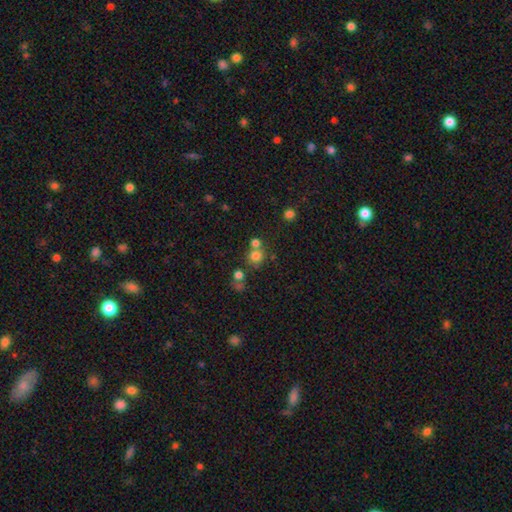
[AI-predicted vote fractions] A smooth galaxy with no disk features (74%) that is round (86%). Merging: none (58%).